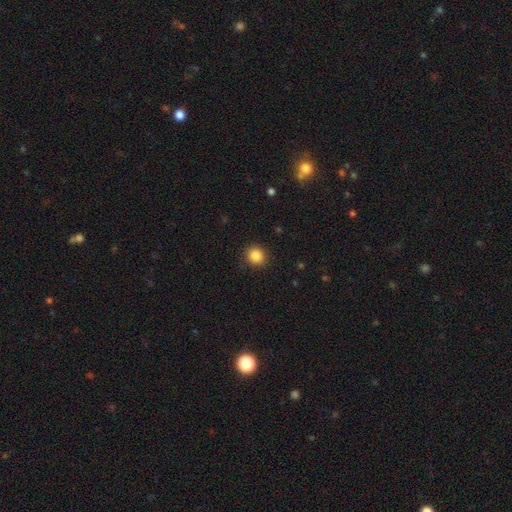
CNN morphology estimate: type=smooth (86%); roundness=round (84%); merging=none (90%).